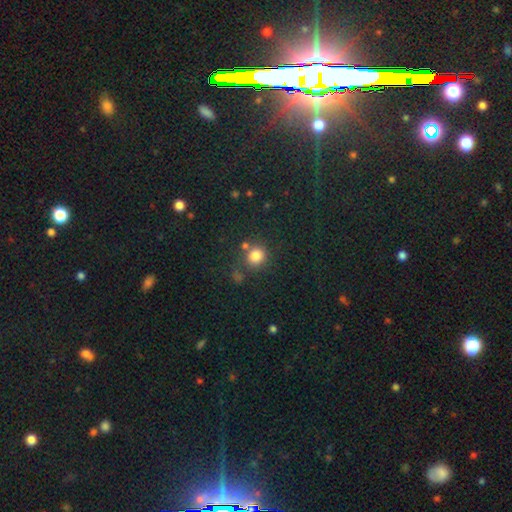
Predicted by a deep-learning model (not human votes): smooth-or-featured: smooth: 81% | star or artifact: 13% | featured or disk: 5%
  how-rounded: round: 88% | in between: 11% | cigar-shaped: 1%
  merging: none: 72% | merger: 12% | minor disturbance: 11% | major disturbance: 5%